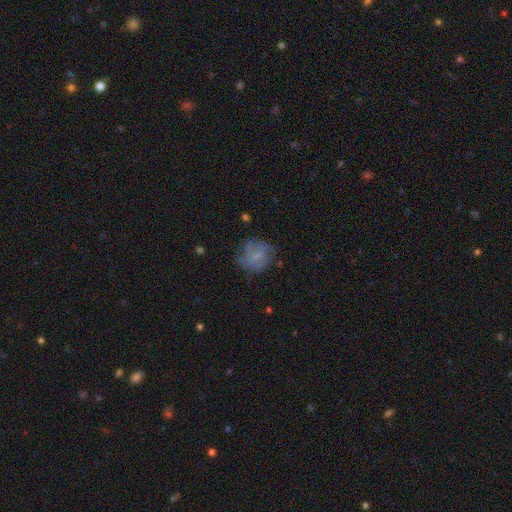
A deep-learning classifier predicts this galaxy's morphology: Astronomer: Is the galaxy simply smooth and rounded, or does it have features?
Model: featured or disk — 46% (runner-up: smooth, 42%).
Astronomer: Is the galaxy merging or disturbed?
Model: none — 61%.